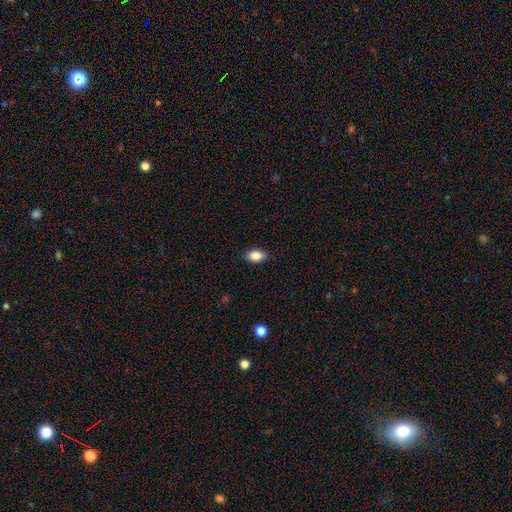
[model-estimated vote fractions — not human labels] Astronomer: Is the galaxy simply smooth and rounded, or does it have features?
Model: smooth — 87%.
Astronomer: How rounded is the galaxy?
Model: in between — 90%.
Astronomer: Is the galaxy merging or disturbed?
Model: none — 89%.